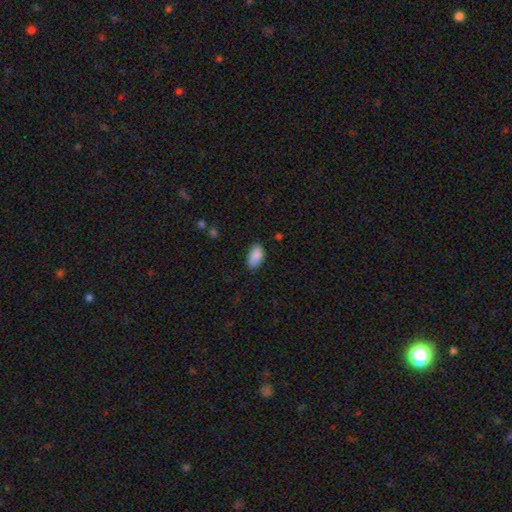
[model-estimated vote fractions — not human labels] A smooth galaxy with no disk features (89%) that is in between round and cigar-shaped (94%).

Vote fractions:
- Smooth or featured? smooth: 89% / star or artifact: 7% / featured or disk: 4%
- How rounded? in between: 94% / round: 4% / cigar-shaped: 2%
- Merging? none: 82% / minor disturbance: 14% / major disturbance: 3% / merger: 1%